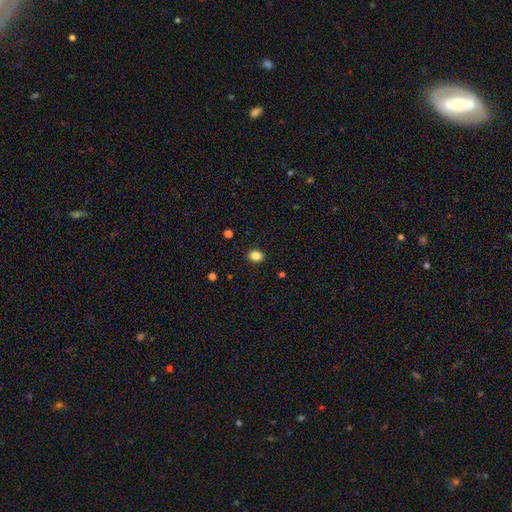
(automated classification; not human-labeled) A smooth galaxy with no disk features (86%) that is in between round and cigar-shaped (62%).

Vote fractions:
- Smooth or featured? smooth: 86% / star or artifact: 10% / featured or disk: 4%
- How rounded? in between: 62% / round: 37% / cigar-shaped: 1%
- Merging? none: 89% / minor disturbance: 8% / major disturbance: 2% / merger: 1%